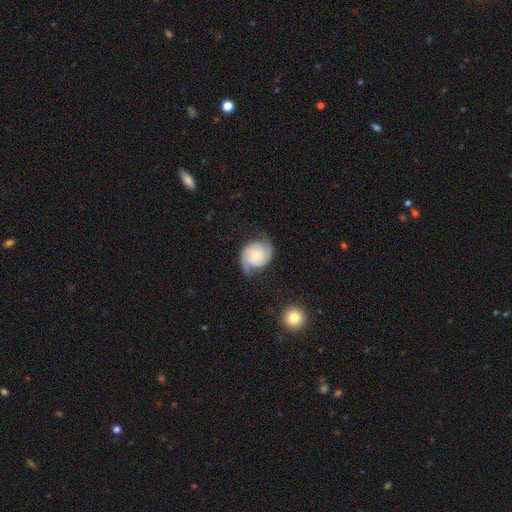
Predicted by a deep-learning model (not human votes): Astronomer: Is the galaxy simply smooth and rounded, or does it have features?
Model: featured or disk — 76%.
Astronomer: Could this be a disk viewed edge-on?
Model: no — 98%.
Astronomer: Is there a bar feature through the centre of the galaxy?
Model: no — 69%.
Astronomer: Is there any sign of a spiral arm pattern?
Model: yes — 96%.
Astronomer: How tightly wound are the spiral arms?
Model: medium — 44% (runner-up: tight, 39%).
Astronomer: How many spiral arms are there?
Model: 2 — 82%.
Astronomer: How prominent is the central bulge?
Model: small — 54%.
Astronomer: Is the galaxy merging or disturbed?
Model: none — 65%.